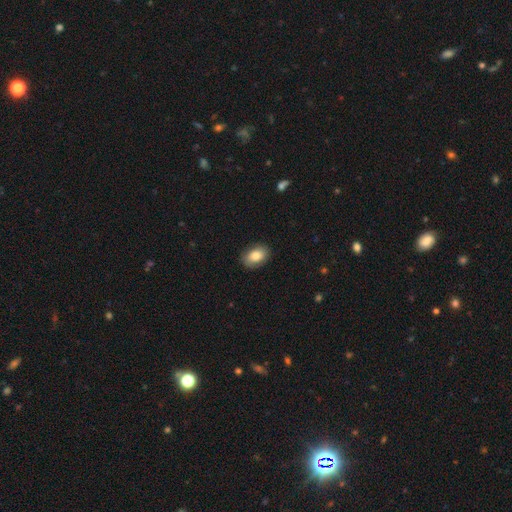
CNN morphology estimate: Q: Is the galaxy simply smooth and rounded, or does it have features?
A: smooth — 83%.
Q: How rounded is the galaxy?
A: in between — 84%.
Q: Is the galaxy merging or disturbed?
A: none — 86%.